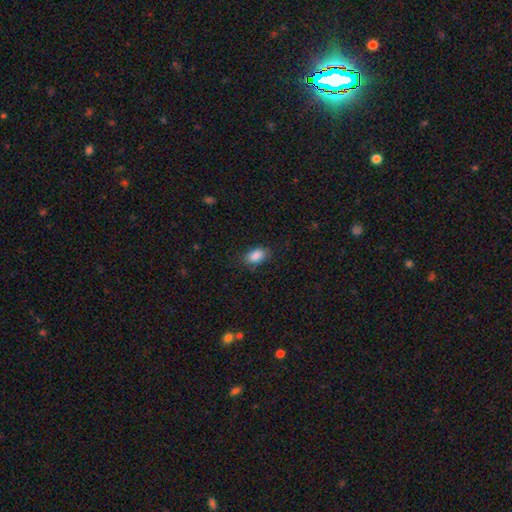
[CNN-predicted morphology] smooth-or-featured: smooth: 87% | star or artifact: 8% | featured or disk: 5%
  how-rounded: in between: 88% | round: 10% | cigar-shaped: 2%
  merging: none: 81% | minor disturbance: 14% | major disturbance: 4% | merger: 1%